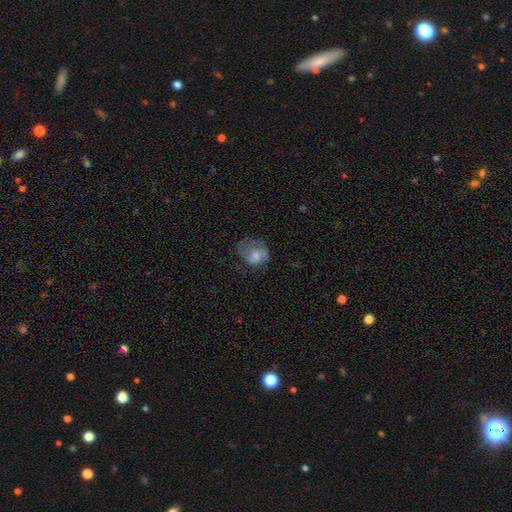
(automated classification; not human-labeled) Smooth or featured: smooth — 59% (featured or disk — 32%)
How rounded: round — 52% (in between — 47%)
Merging: none — 37% (major disturbance — 33%)